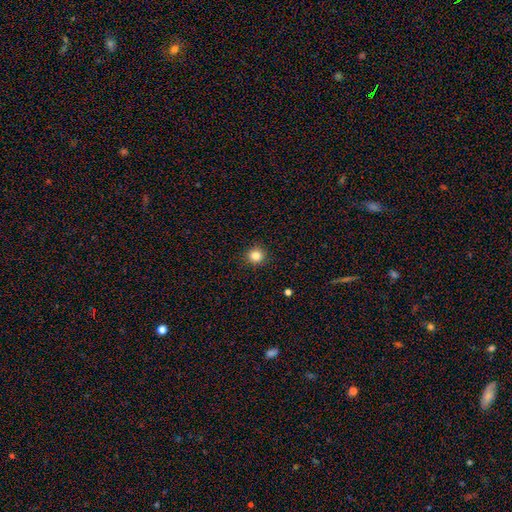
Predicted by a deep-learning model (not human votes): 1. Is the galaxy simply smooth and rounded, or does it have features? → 84% smooth, 12% star or artifact, 5% featured or disk.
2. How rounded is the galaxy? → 93% round, 6% in between, 1% cigar-shaped.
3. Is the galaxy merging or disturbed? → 92% none, 5% minor disturbance, 2% major disturbance, 1% merger.